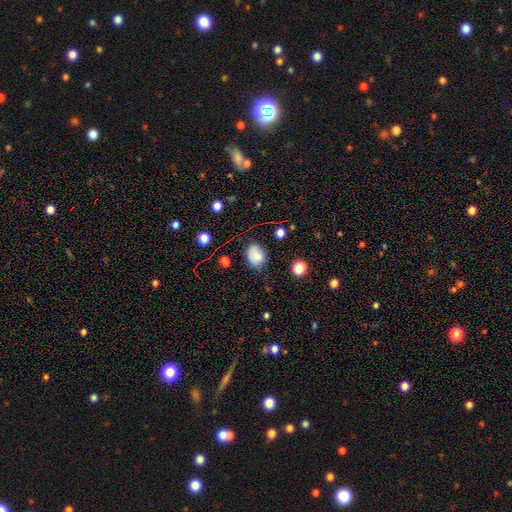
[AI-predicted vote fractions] This is likely a smooth galaxy (77%). How rounded: likely in between (62%). Merging: likely none (63%).